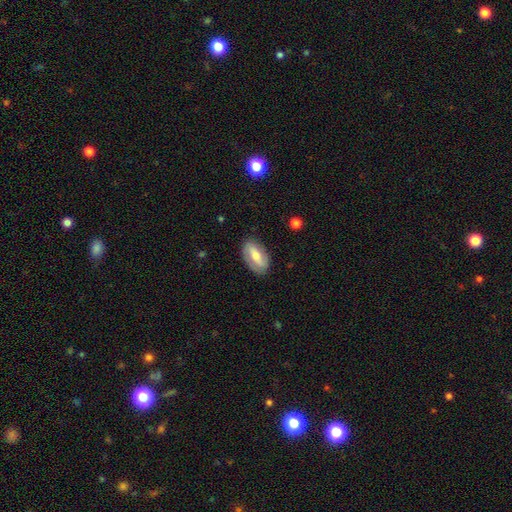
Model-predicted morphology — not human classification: smooth-or-featured: featured or disk: 53% | smooth: 41% | star or artifact: 6%
  disk-edge-on: no: 90% | yes: 10%
  merging: none: 81% | minor disturbance: 14% | major disturbance: 4% | merger: 1%